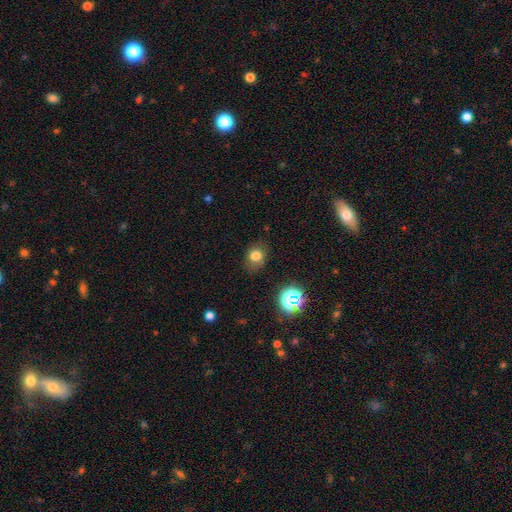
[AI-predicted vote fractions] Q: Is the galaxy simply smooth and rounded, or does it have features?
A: smooth — 75%.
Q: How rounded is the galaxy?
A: round — 58%.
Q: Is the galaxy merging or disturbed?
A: none — 75%.